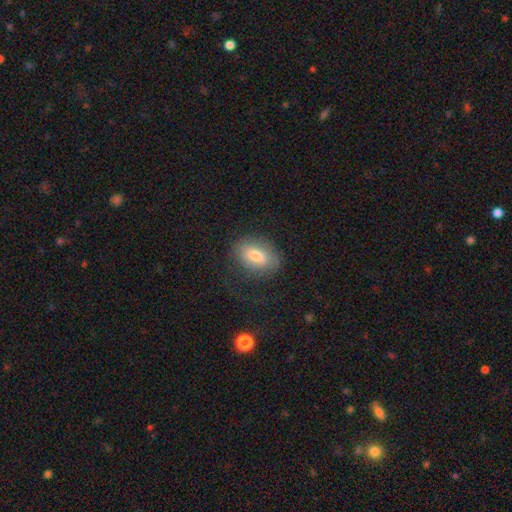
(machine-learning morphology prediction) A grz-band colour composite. It shows a smooth galaxy with no disk features (74%) that is in between round and cigar-shaped (83%). Merging: none (72%).